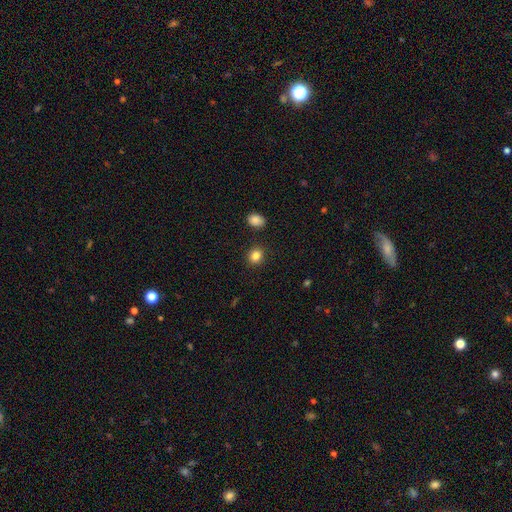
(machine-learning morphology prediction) Overall: smooth (85%). How rounded: round (79%). Merging: none (90%).